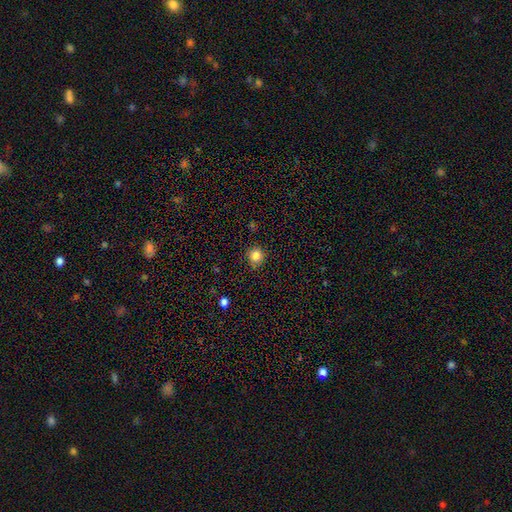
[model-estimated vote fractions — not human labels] A smooth galaxy with no disk features (84%) that is round (91%). Merging: none (86%).